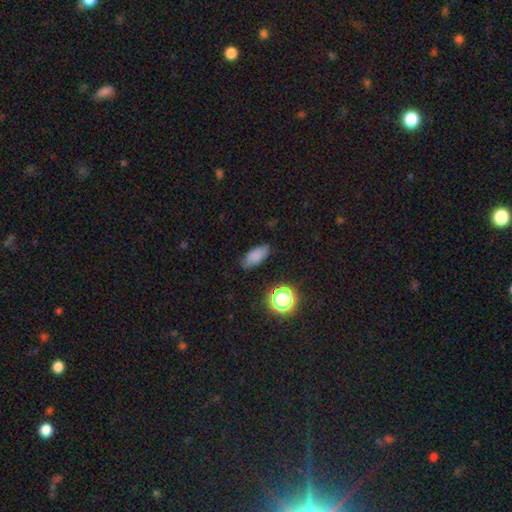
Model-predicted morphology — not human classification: This is likely a smooth galaxy (79%). How rounded: clearly in between (84%). Merging: likely none (79%).